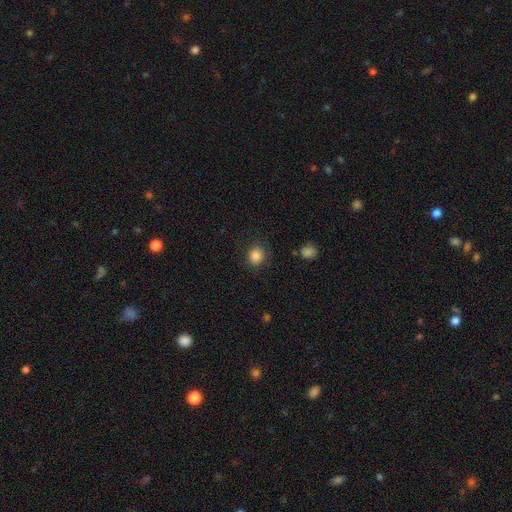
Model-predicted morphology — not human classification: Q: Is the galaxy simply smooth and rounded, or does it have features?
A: smooth — 87%.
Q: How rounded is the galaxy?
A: round — 79%.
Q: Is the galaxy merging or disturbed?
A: none — 84%.